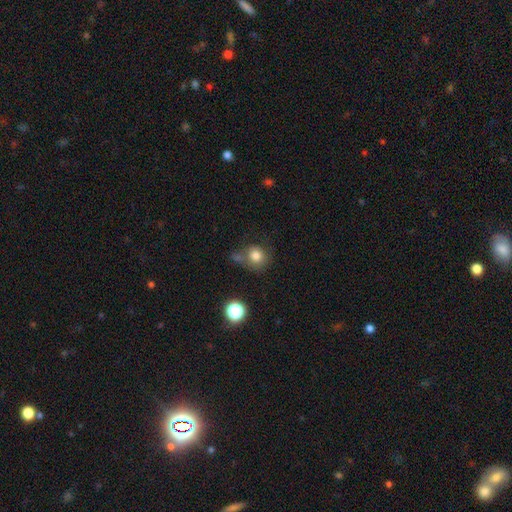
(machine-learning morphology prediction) Smooth or featured?
  - smooth: 80% *
  - star or artifact: 12%
  - featured or disk: 9%
How rounded?
  - round: 83% *
  - in between: 16%
  - cigar-shaped: 1%
Merging?
  - none: 55% *
  - minor disturbance: 19%
  - merger: 18%
  - major disturbance: 9%